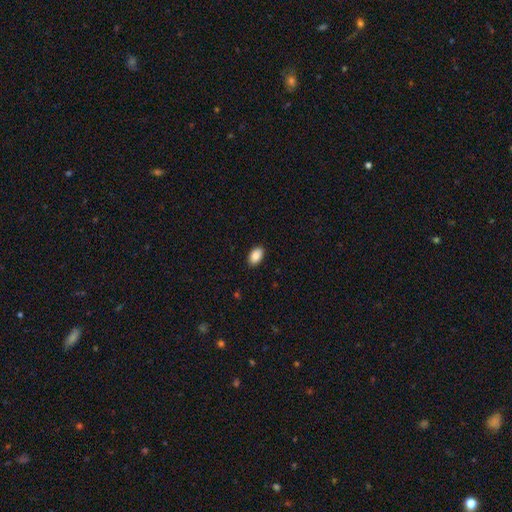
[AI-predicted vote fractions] Smooth or featured? smooth (89%)
How rounded? in between (92%)
Merging? none (89%)